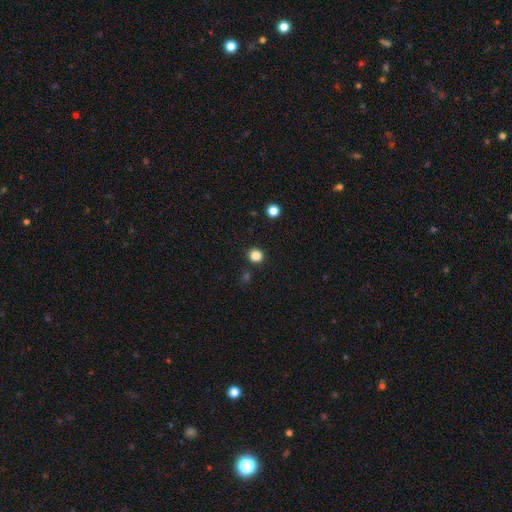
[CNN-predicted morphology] smooth-or-featured: smooth: 84% | star or artifact: 13% | featured or disk: 3%
  how-rounded: round: 94% | in between: 5% | cigar-shaped: 1%
  merging: none: 91% | minor disturbance: 5% | merger: 2% | major disturbance: 2%